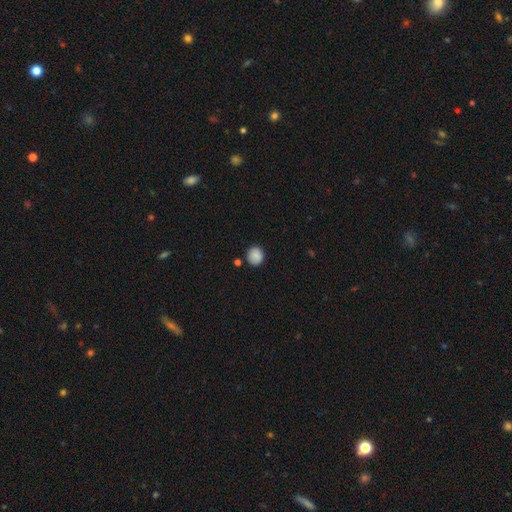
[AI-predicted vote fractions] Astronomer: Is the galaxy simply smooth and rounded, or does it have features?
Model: smooth — 85%.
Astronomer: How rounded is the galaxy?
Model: round — 83%.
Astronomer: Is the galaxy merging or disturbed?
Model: none — 83%.